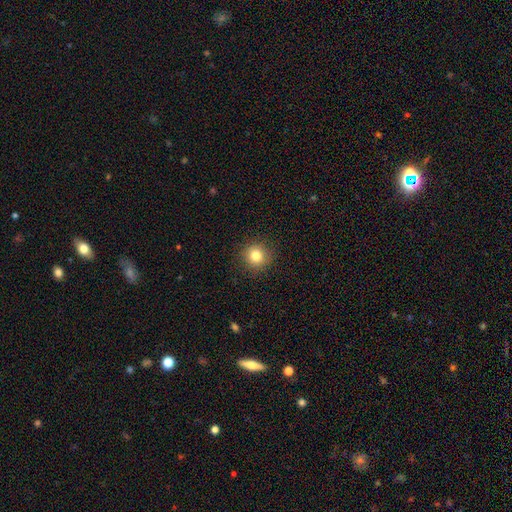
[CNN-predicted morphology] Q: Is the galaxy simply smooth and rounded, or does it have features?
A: smooth — 82%.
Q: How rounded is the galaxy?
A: round — 93%.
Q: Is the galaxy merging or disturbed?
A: none — 91%.